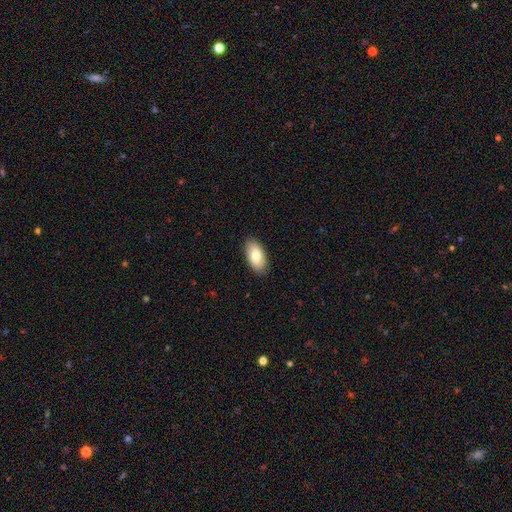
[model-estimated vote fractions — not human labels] Q: Smooth or featured?
A: smooth (78%); runner-up: featured or disk (16%)
Q: How rounded?
A: in between (93%); runner-up: cigar-shaped (4%)
Q: Merging?
A: none (88%); runner-up: minor disturbance (9%)